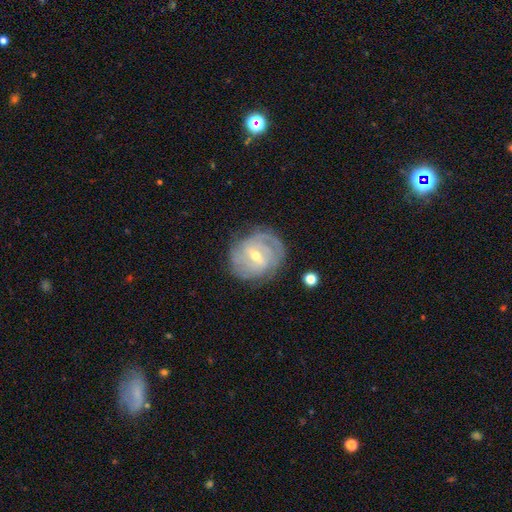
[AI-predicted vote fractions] Q: Smooth or featured?
A: featured or disk (84%); runner-up: smooth (10%)
Q: Edge-on disk?
A: no (97%); runner-up: yes (3%)
Q: Bar?
A: weak (53%); runner-up: strong (31%)
Q: Spiral arms?
A: yes (92%); runner-up: no (8%)
Q: Spiral winding?
A: tight (69%); runner-up: medium (25%)
Q: Spiral arm count?
A: can't tell (34%); runner-up: 2 (29%)
Q: Bulge size?
A: moderate (51%); runner-up: small (46%)
Q: Merging?
A: none (77%); runner-up: minor disturbance (15%)